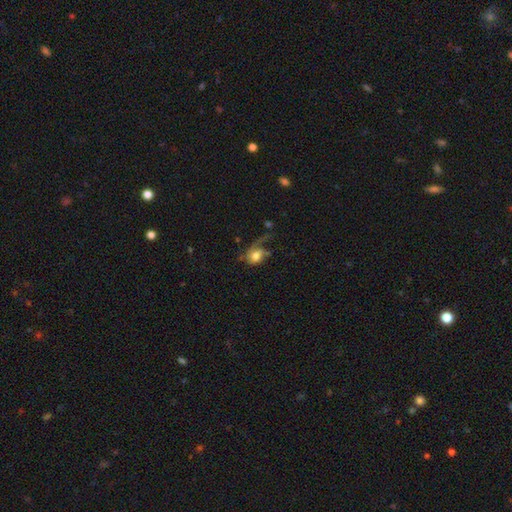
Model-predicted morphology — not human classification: Smooth or featured: smooth — 56% (featured or disk — 35%)
How rounded: in between — 51% (round — 47%)
Merging: major disturbance — 45% (none — 28%)